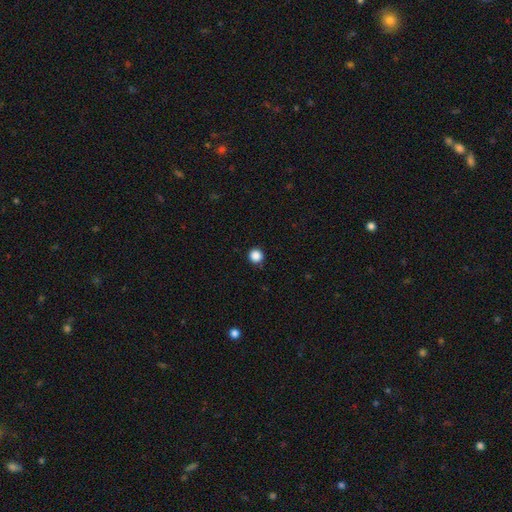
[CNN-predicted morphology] Smooth or featured? smooth (87%)
How rounded? round (95%)
Merging? none (91%)